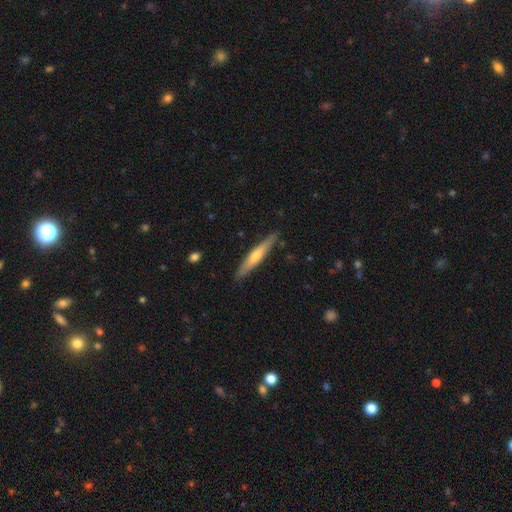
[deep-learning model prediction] smooth 48%, featured or disk 47%, star or artifact 5%. Down the decision tree: merging — none (87%).